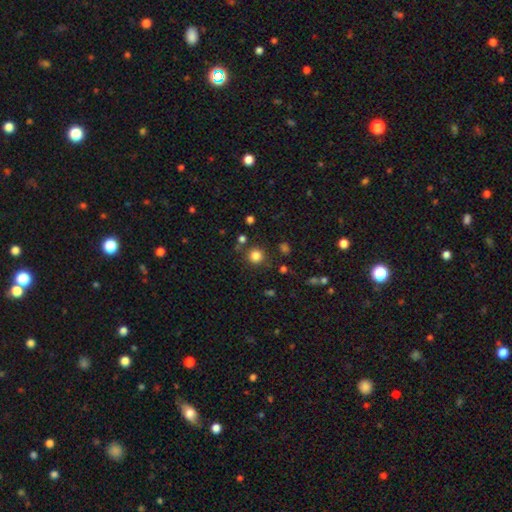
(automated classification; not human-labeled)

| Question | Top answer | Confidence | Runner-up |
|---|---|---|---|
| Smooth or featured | smooth | 82% | star or artifact (13%) |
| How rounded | round | 93% | in between (6%) |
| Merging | none | 83% | minor disturbance (8%) |